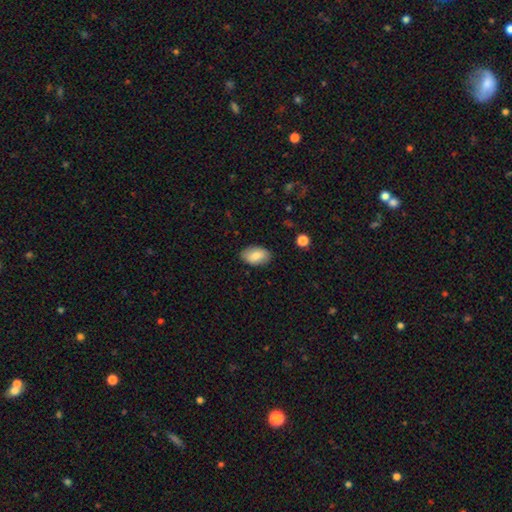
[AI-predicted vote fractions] Smooth or featured? Predicted: smooth (p=0.81). How rounded? Predicted: in between (p=0.93). Merging? Predicted: none (p=0.86).